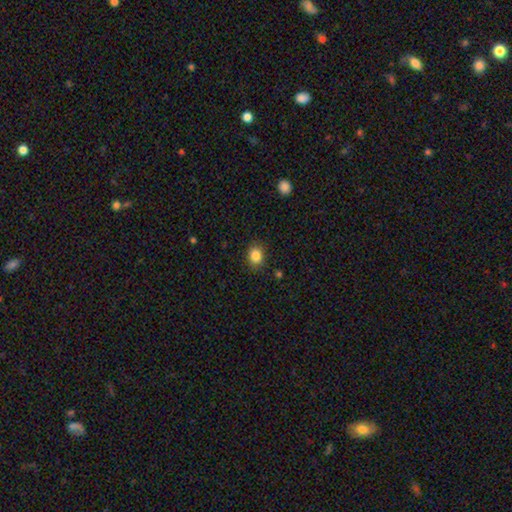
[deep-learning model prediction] A smooth galaxy with no disk features (85%) that is round (54%). Merging: none (85%).